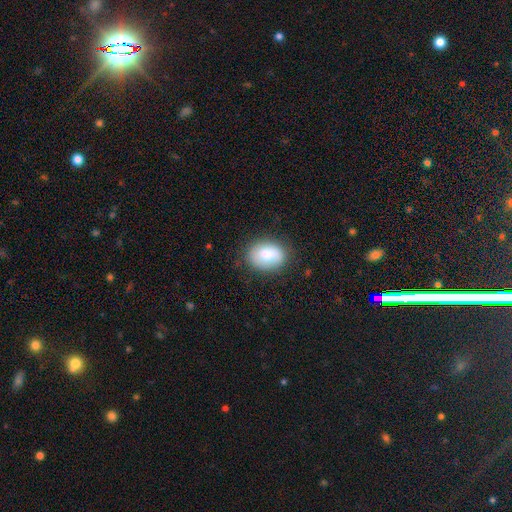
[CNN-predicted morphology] smooth_or_featured: smooth (p=0.74) [alt: featured or disk p=0.17]
how_rounded: in between (p=0.70) [alt: round p=0.29]
merging: none (p=0.82) [alt: minor disturbance p=0.13]